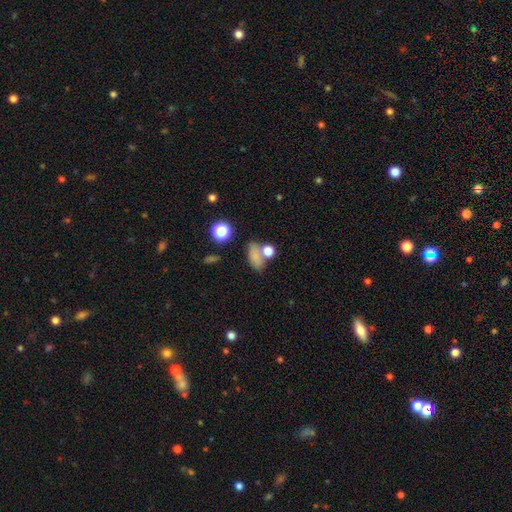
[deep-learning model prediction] smooth 76%, star or artifact 14%, featured or disk 10%. Down the decision tree: how rounded — in between (71%); merging — none (52%).